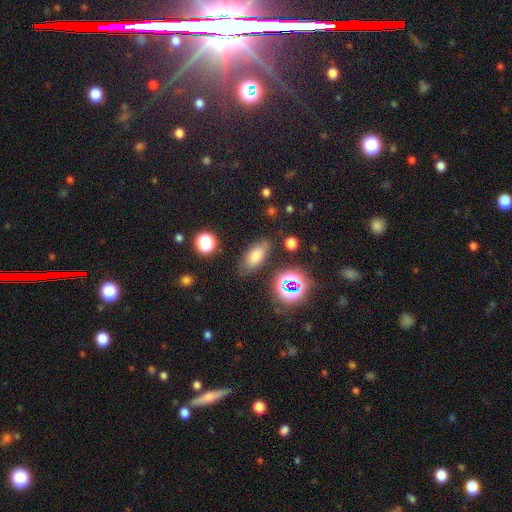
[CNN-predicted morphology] Smooth or featured: smooth — 69% (star or artifact — 18%)
How rounded: in between — 82% (cigar-shaped — 11%)
Merging: none — 80% (minor disturbance — 13%)